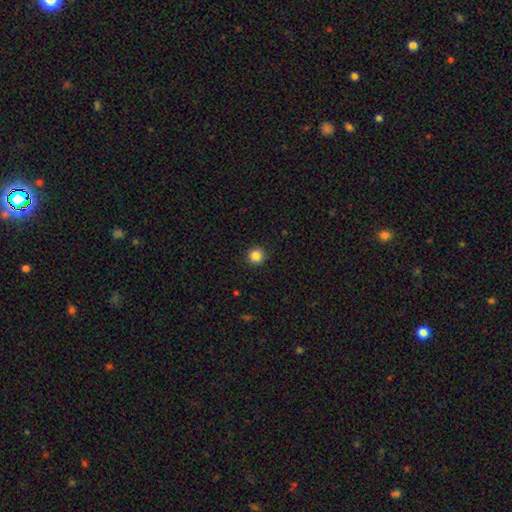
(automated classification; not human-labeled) smooth_or_featured: smooth (p=0.86) [alt: star or artifact p=0.11]
how_rounded: round (p=0.95) [alt: in between p=0.04]
merging: none (p=0.93) [alt: minor disturbance p=0.05]